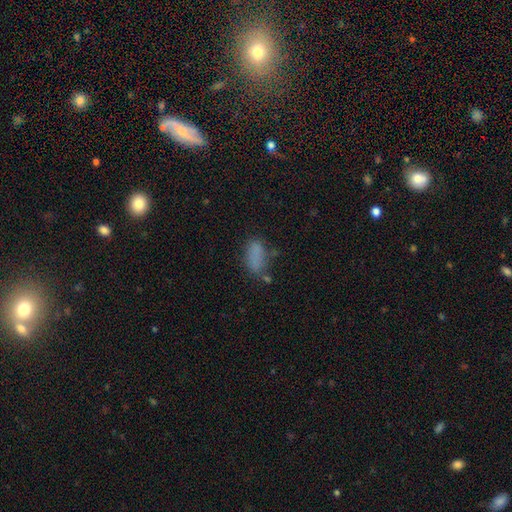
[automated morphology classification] Smooth or featured?
  - smooth: 77% *
  - star or artifact: 13%
  - featured or disk: 10%
How rounded?
  - in between: 86% *
  - cigar-shaped: 10%
  - round: 4%
Merging?
  - none: 57% *
  - minor disturbance: 23%
  - major disturbance: 12%
  - merger: 9%